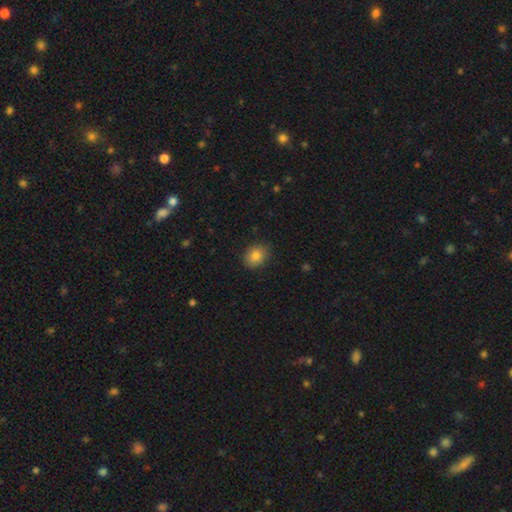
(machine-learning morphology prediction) Smooth or featured?
  - smooth: 84% *
  - star or artifact: 9%
  - featured or disk: 7%
How rounded?
  - round: 53% *
  - in between: 46%
  - cigar-shaped: 1%
Merging?
  - none: 87% *
  - minor disturbance: 10%
  - major disturbance: 2%
  - merger: 1%